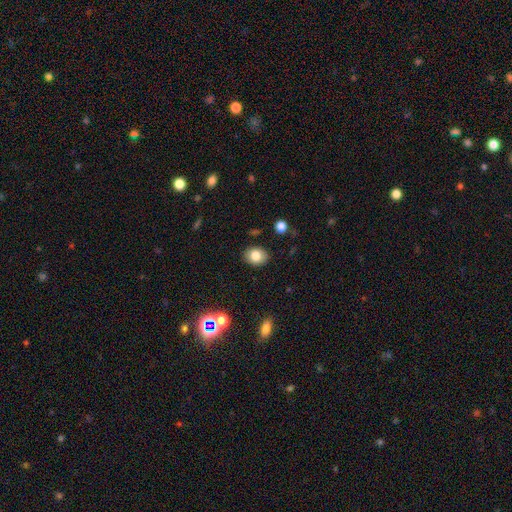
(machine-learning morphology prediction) A smooth galaxy with no disk features (81%) that is in between round and cigar-shaped (56%).

Vote fractions:
- Smooth or featured? smooth: 81% / star or artifact: 10% / featured or disk: 10%
- How rounded? in between: 56% / round: 43% / cigar-shaped: 1%
- Merging? none: 88% / minor disturbance: 8% / major disturbance: 2% / merger: 1%